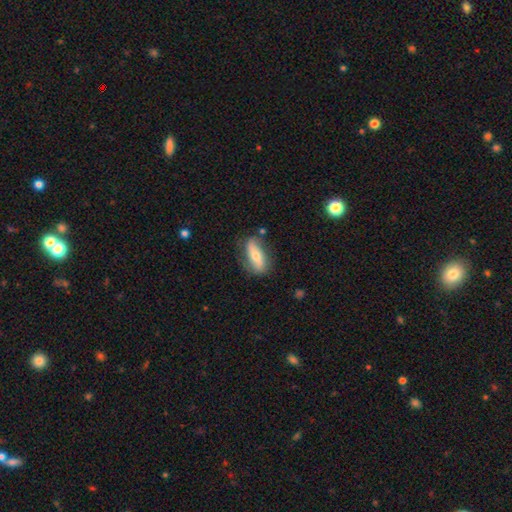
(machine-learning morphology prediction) Smooth or featured? Predicted: smooth (p=0.49). Merging? Predicted: none (p=0.72).